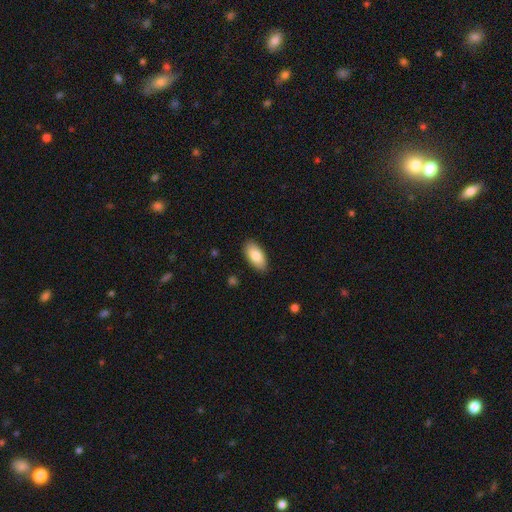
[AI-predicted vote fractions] A smooth galaxy with no disk features (84%) that is in between round and cigar-shaped (93%). Merging: none (87%).